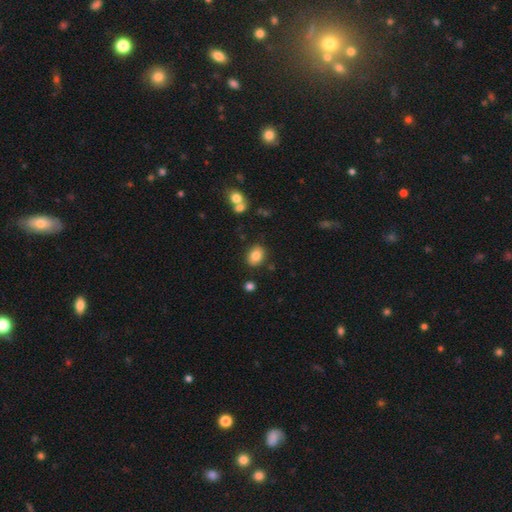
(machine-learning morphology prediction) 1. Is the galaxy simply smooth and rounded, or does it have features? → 83% smooth, 9% star or artifact, 8% featured or disk.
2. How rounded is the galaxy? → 67% in between, 32% round, 1% cigar-shaped.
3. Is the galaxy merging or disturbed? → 85% none, 9% minor disturbance, 3% merger, 2% major disturbance.